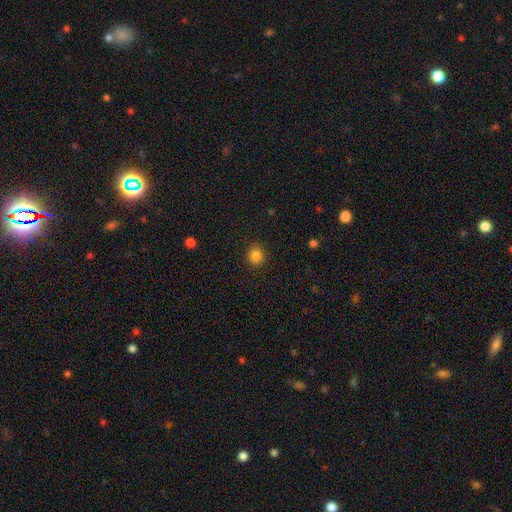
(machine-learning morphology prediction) type=smooth (84%); roundness=round (76%); merging=none (89%).